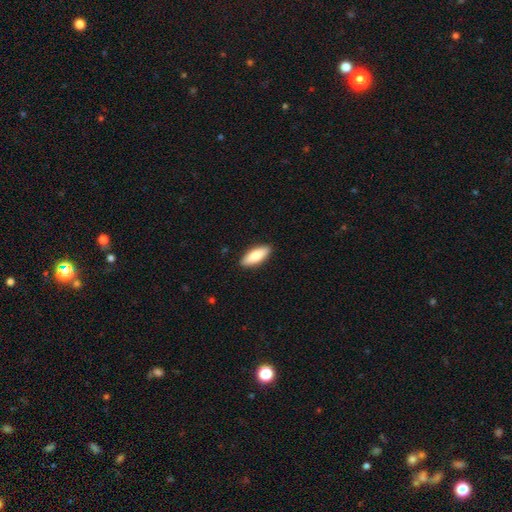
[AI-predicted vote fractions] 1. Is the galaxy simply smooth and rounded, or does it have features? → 81% smooth, 13% featured or disk, 5% star or artifact.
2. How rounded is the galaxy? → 71% in between, 27% cigar-shaped, 2% round.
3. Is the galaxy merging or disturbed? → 90% none, 8% minor disturbance, 2% major disturbance, 1% merger.